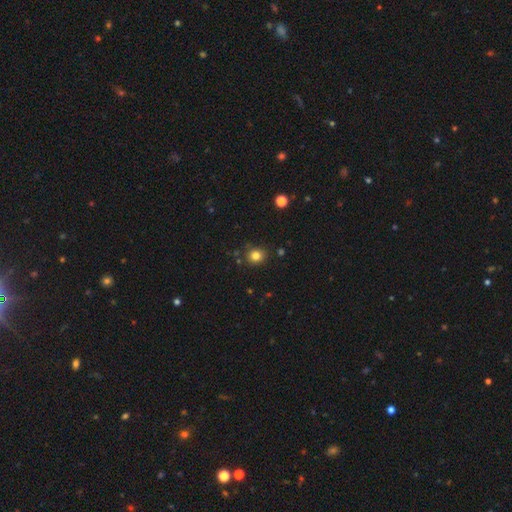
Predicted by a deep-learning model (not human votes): A smooth galaxy with no disk features (81%) that is round (79%).

Vote fractions:
- Smooth or featured? smooth: 81% / star or artifact: 13% / featured or disk: 6%
- How rounded? round: 79% / in between: 20% / cigar-shaped: 1%
- Merging? none: 85% / minor disturbance: 10% / merger: 3% / major disturbance: 3%